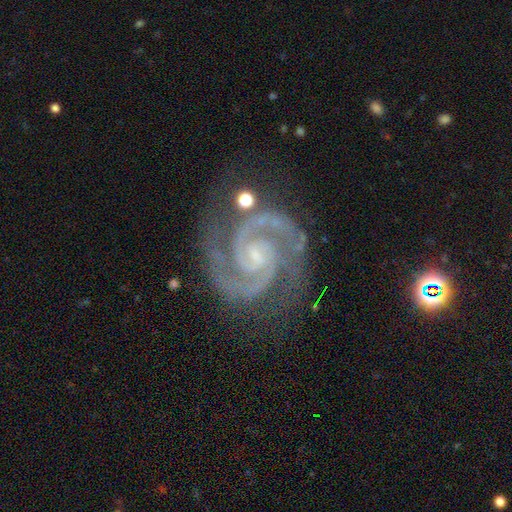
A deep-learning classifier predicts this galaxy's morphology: smooth-or-featured: featured or disk: 94% | star or artifact: 4% | smooth: 2%
  disk-edge-on: no: 98% | yes: 2%
    bar: no: 55% | weak: 32% | strong: 13%
    has-spiral-arms: yes: 99% | no: 1%
      spiral-winding: tight: 60% | medium: 37% | loose: 3%
      spiral-arm-count: 2: 93% | 3: 3% | can't tell: 1% | 4: 1% | 1: 1% | more than 4: 1%
    bulge-size: small: 74% | moderate: 15% | none: 9% | large: 1% | dominant: 1%
  merging: none: 77% | minor disturbance: 16% | major disturbance: 4% | merger: 3%